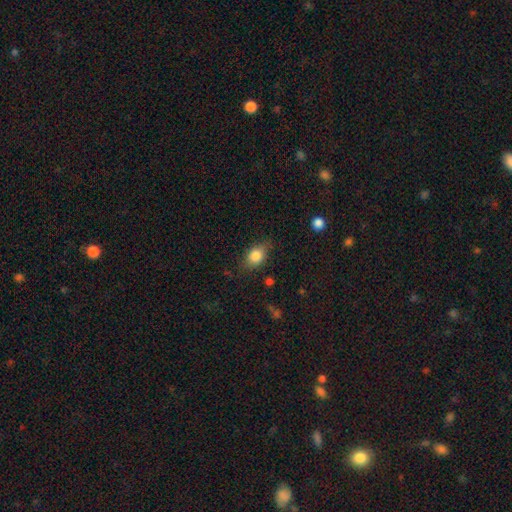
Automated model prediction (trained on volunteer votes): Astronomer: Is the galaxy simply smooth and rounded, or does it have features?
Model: smooth — 81%.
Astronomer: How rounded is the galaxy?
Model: in between — 70%.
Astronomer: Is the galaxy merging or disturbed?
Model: none — 72%.